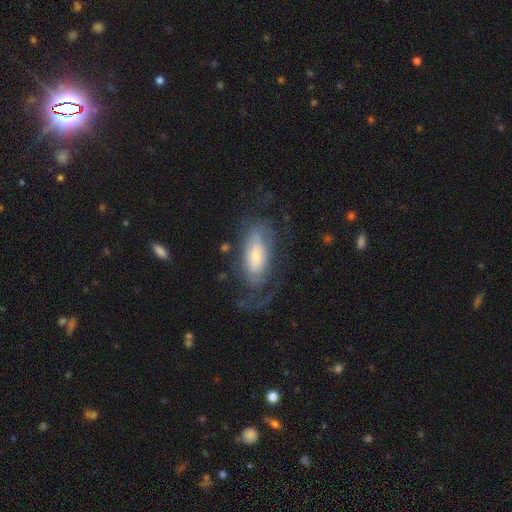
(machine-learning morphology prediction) This is likely a featured or disk galaxy (68%). It is clearly not viewed edge-on (89%). Bar: possibly no (59%). Spiral arm pattern: clearly yes (81%). Central bulge: possibly small (47%). Merging: possibly none (55%).